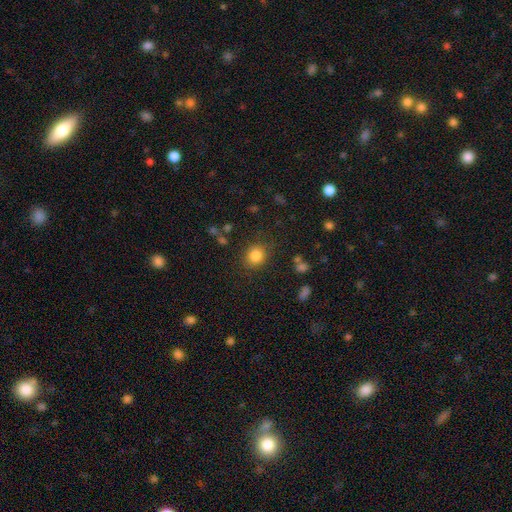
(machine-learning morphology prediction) smooth-or-featured: smooth: 83% | star or artifact: 11% | featured or disk: 6%
  how-rounded: round: 75% | in between: 24% | cigar-shaped: 1%
  merging: none: 83% | minor disturbance: 10% | major disturbance: 4% | merger: 2%